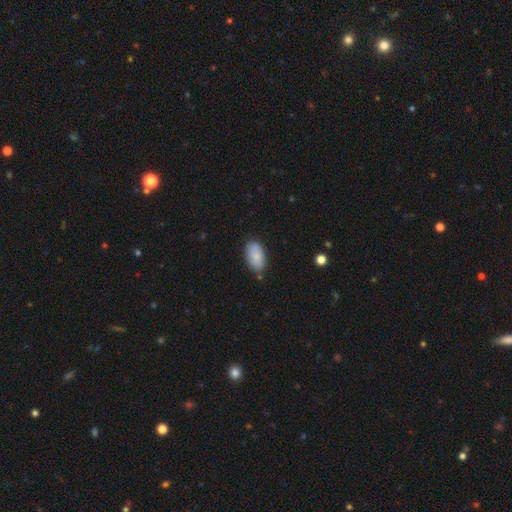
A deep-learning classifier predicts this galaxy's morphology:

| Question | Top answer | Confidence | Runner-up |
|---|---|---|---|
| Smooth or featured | smooth | 82% | featured or disk (12%) |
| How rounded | in between | 94% | round (4%) |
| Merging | none | 75% | minor disturbance (18%) |